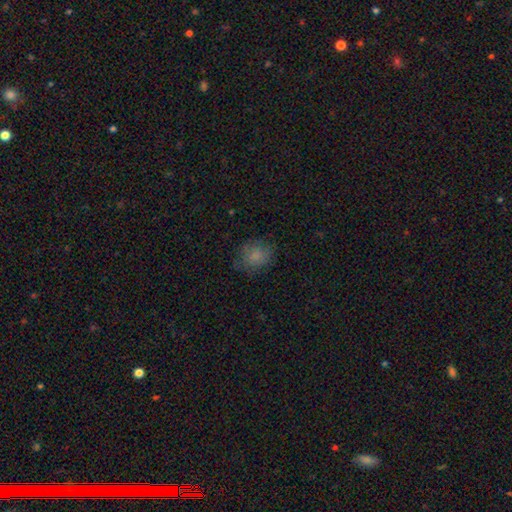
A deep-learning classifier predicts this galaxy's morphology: A smooth galaxy with no disk features (80%) that is round (69%). Merging: none (73%).